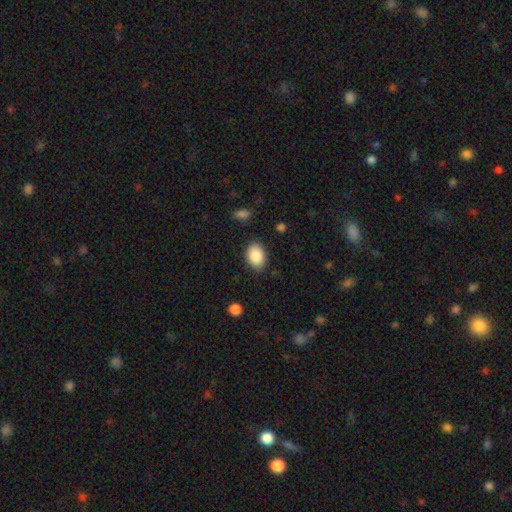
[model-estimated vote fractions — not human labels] smooth 88%, star or artifact 7%, featured or disk 5%. Down the decision tree: how rounded — in between (79%); merging — none (84%).